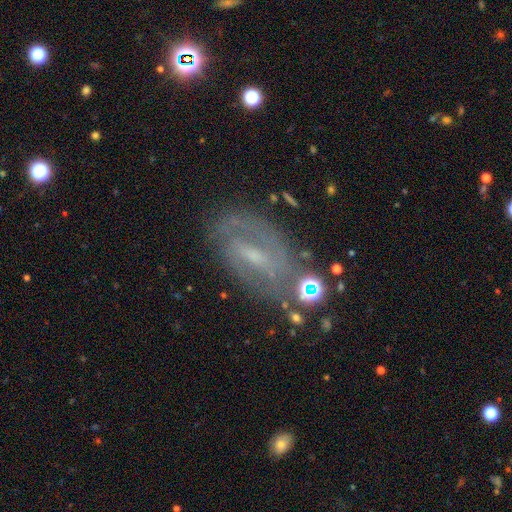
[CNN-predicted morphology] type=featured or disk (75%); edge-on=no (93%); bar=weak (51%); spiral arms=yes (85%); winding=tight (46%); arm count=2 (54%); bulge=small (63%); merging=none (66%).